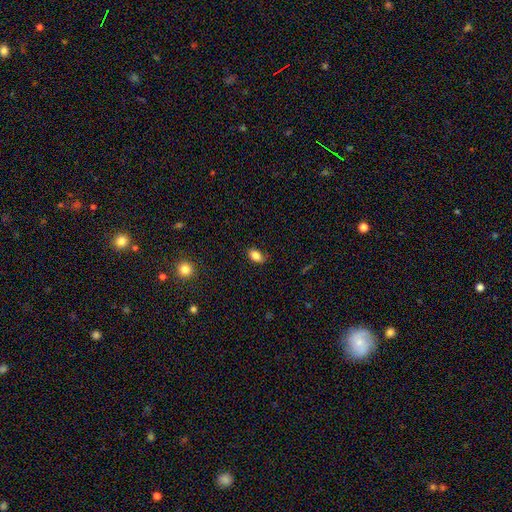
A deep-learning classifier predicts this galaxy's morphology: This is clearly a smooth galaxy (83%). How rounded: clearly in between (88%). Merging: clearly none (80%).